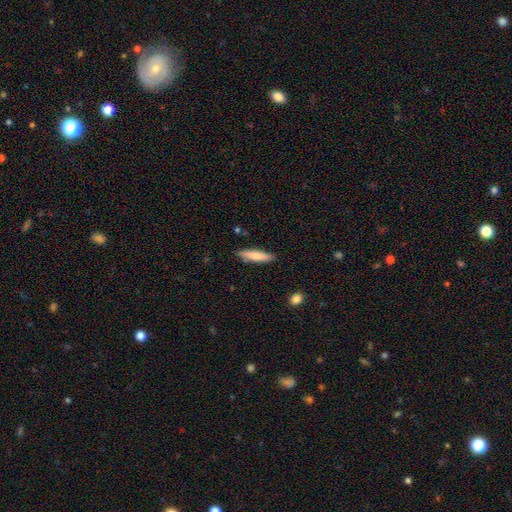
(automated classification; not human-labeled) Smooth or featured? smooth (78%)
How rounded? cigar-shaped (78%)
Merging? none (84%)